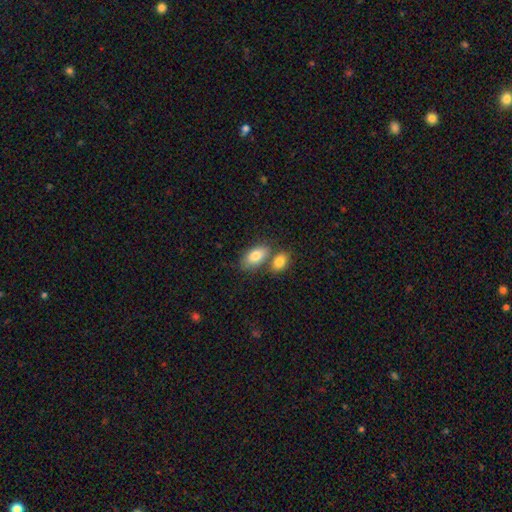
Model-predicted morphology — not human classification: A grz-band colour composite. It shows a smooth galaxy with no disk features (82%) that is in between round and cigar-shaped (92%). Merging: none (49%).